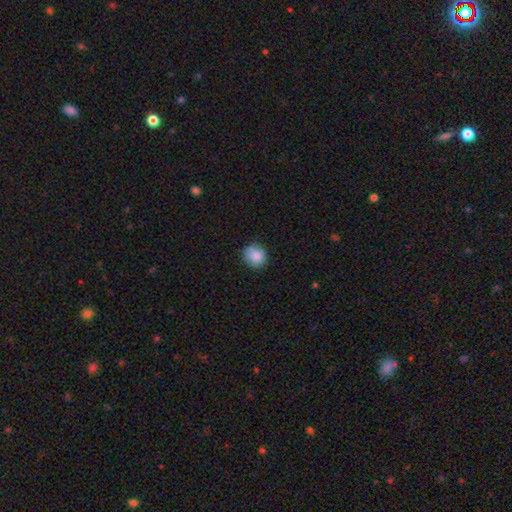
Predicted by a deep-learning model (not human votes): smooth-or-featured: smooth: 85% | star or artifact: 9% | featured or disk: 7%
  how-rounded: round: 81% | in between: 18% | cigar-shaped: 1%
  merging: none: 80% | minor disturbance: 16% | major disturbance: 3% | merger: 1%